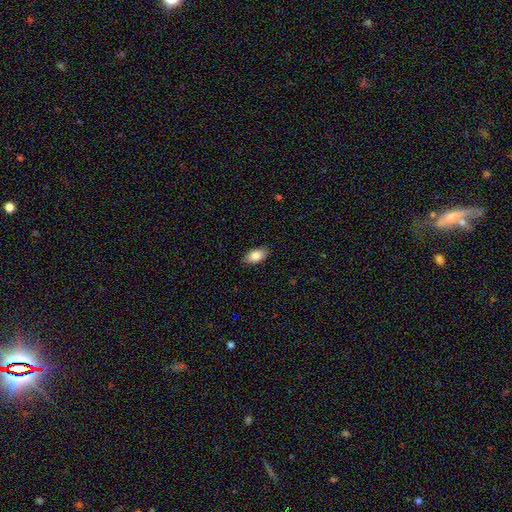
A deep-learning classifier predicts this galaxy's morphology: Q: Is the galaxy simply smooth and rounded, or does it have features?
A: smooth — 84%.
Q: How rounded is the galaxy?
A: in between — 93%.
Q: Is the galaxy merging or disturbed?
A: none — 87%.